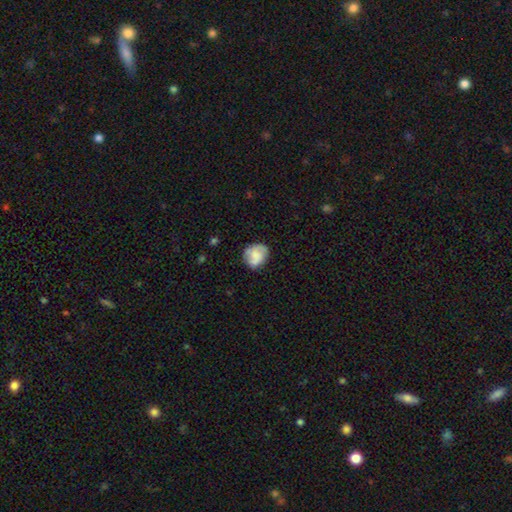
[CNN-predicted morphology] Smooth or featured: smooth — 66% (featured or disk — 26%)
How rounded: round — 66% (in between — 33%)
Merging: none — 65% (minor disturbance — 25%)